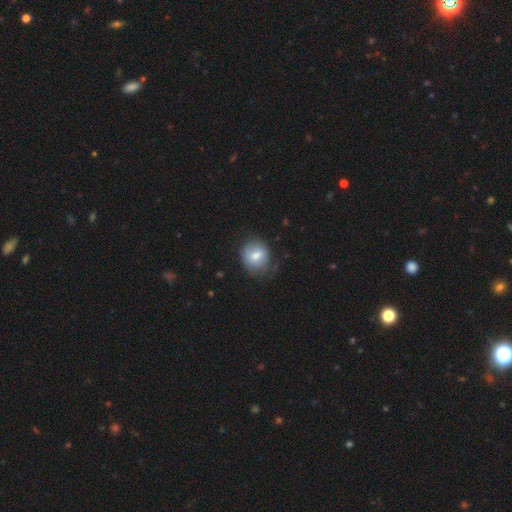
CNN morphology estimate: This is likely a smooth galaxy (73%). How rounded: likely round (75%). Merging: likely none (67%).